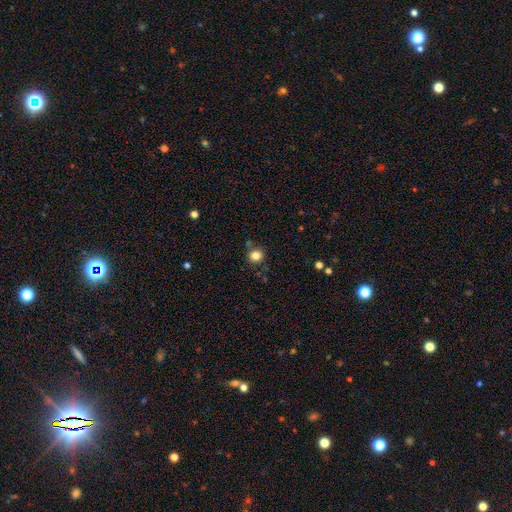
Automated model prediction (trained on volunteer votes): Overall: smooth (83%). How rounded: round (81%). Merging: none (80%).